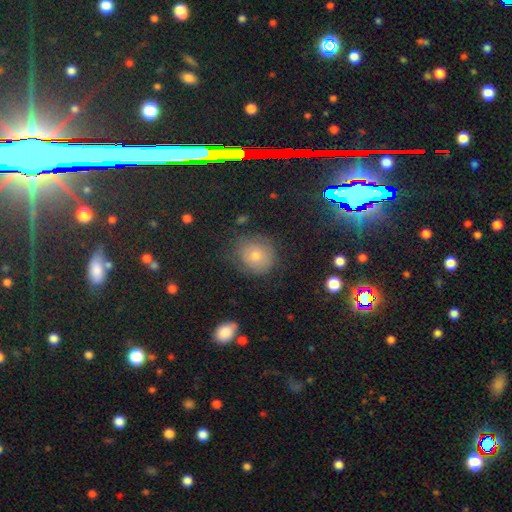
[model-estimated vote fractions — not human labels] This is possibly a smooth galaxy (58%). How rounded: clearly round (86%). Merging: clearly none (81%).